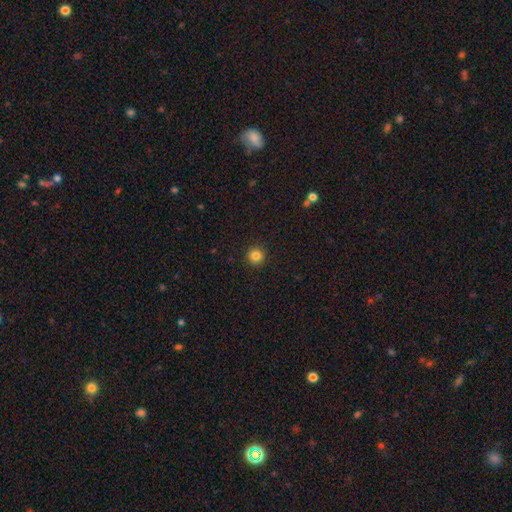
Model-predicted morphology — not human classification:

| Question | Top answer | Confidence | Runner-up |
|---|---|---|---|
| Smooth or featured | smooth | 84% | star or artifact (12%) |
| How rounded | round | 95% | in between (4%) |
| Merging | none | 93% | minor disturbance (5%) |